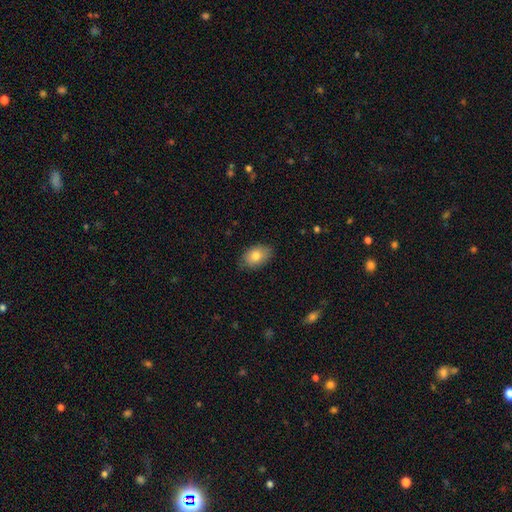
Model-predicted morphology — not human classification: A smooth galaxy with no disk features (82%) that is in between round and cigar-shaped (83%). Merging: none (82%).